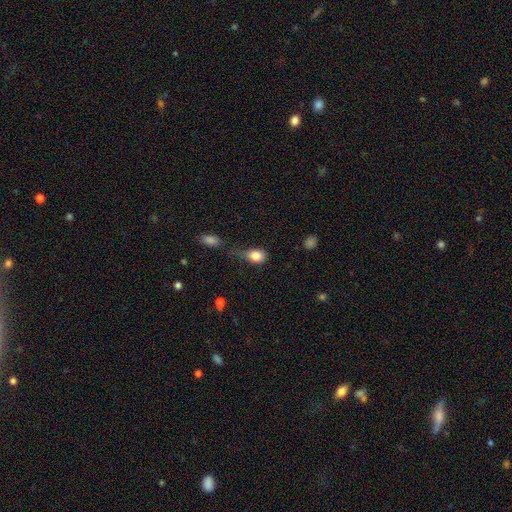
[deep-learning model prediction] Smooth or featured: smooth — 83% (star or artifact — 9%)
How rounded: in between — 62% (round — 35%)
Merging: none — 36% (minor disturbance — 34%)